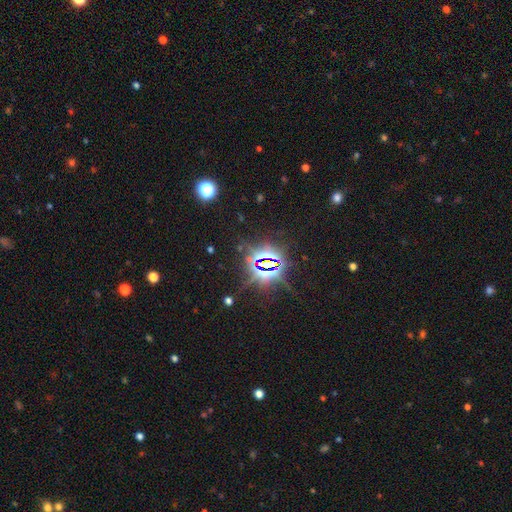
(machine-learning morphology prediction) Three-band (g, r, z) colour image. It shows a star or artifact, not a galaxy (84%).